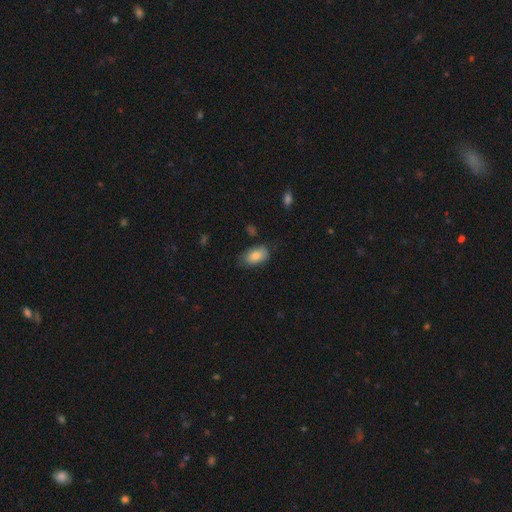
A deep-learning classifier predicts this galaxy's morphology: smooth 83%, featured or disk 10%, star or artifact 7%. Down the decision tree: how rounded — in between (92%); merging — none (72%).